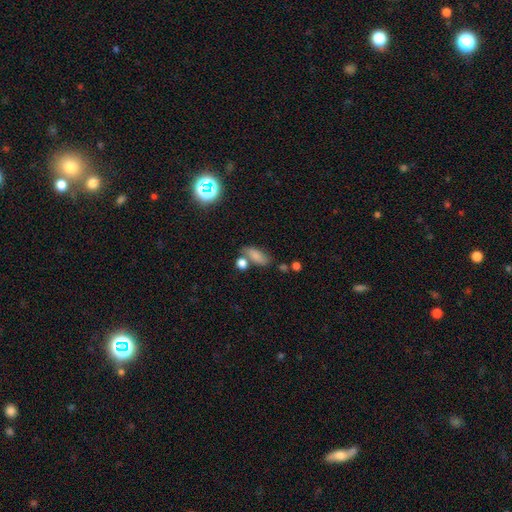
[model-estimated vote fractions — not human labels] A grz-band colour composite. It shows a smooth galaxy with no disk features (77%) that is in between round and cigar-shaped (78%). Merging: none (53%).